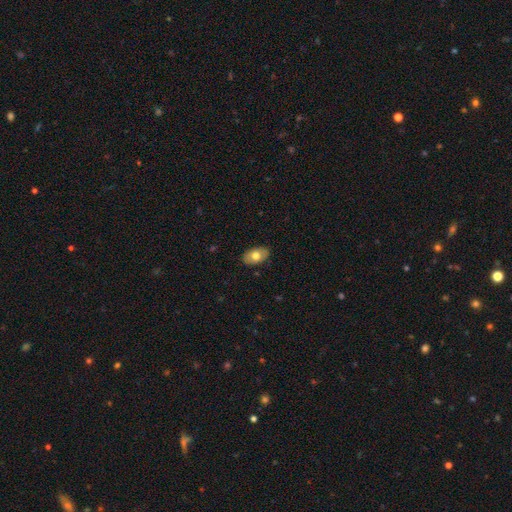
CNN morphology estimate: A smooth galaxy with no disk features (68%) that is in between round and cigar-shaped (92%).

Vote fractions:
- Smooth or featured? smooth: 68% / featured or disk: 26% / star or artifact: 6%
- How rounded? in between: 92% / round: 7% / cigar-shaped: 1%
- Merging? none: 86% / minor disturbance: 11% / major disturbance: 2% / merger: 1%